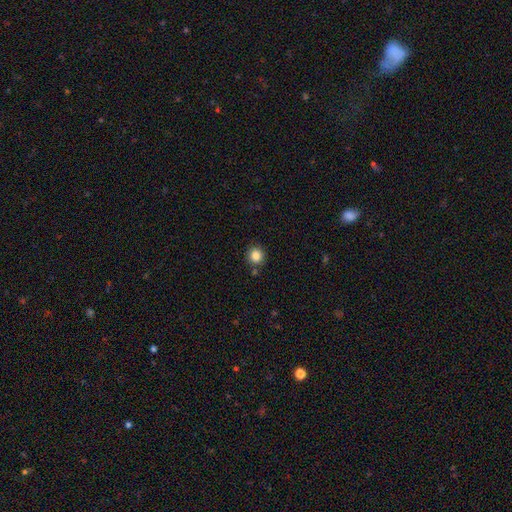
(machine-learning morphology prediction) Q: Smooth or featured?
A: smooth (85%); runner-up: star or artifact (11%)
Q: How rounded?
A: round (91%); runner-up: in between (8%)
Q: Merging?
A: none (85%); runner-up: minor disturbance (8%)